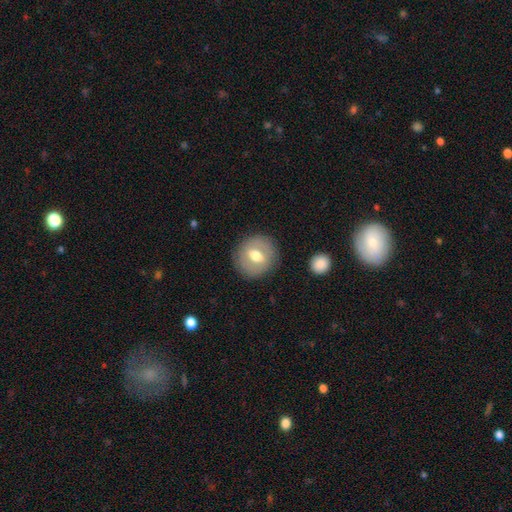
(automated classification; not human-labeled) Morphology: type=smooth (58%); roundness=round (82%); merging=none (84%).